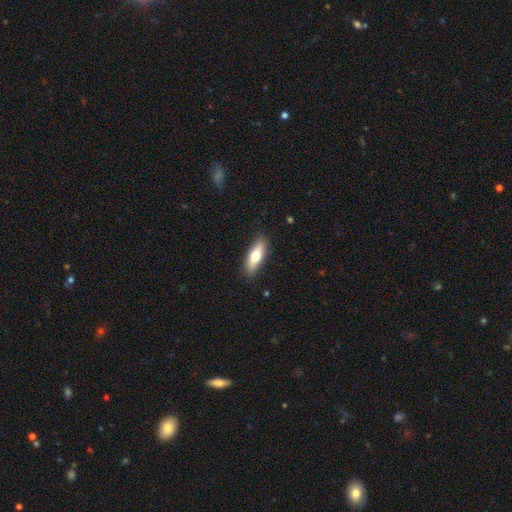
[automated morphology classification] This appears to be a smooth galaxy with no disk features (69%) that is in between round and cigar-shaped (58%). Merging: none (87%).